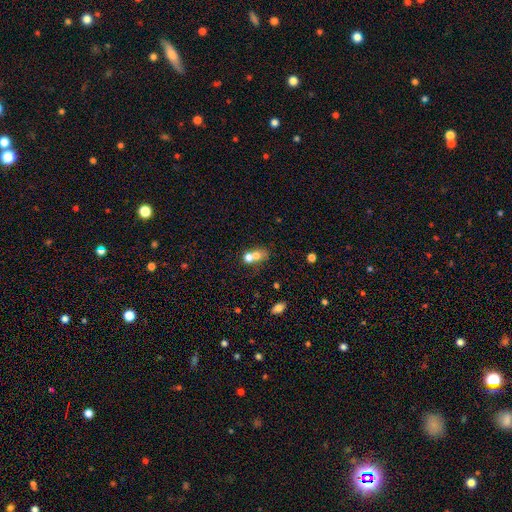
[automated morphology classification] This appears to be a smooth galaxy with no disk features (68%) that is in between round and cigar-shaped (51%). Merging: merger (65%).